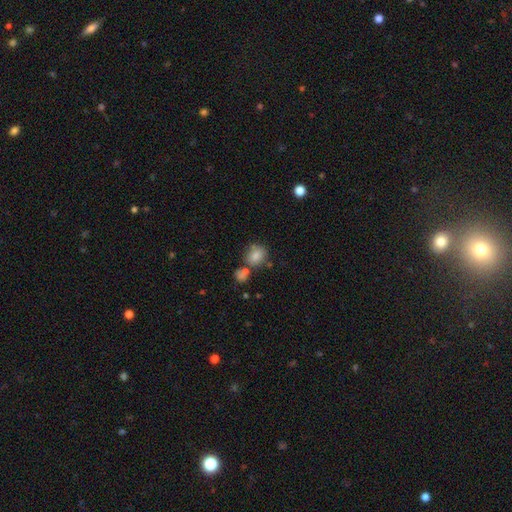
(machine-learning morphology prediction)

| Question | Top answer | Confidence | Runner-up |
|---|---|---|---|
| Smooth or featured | smooth | 81% | star or artifact (10%) |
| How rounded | round | 54% | in between (44%) |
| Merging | none | 56% | merger (23%) |